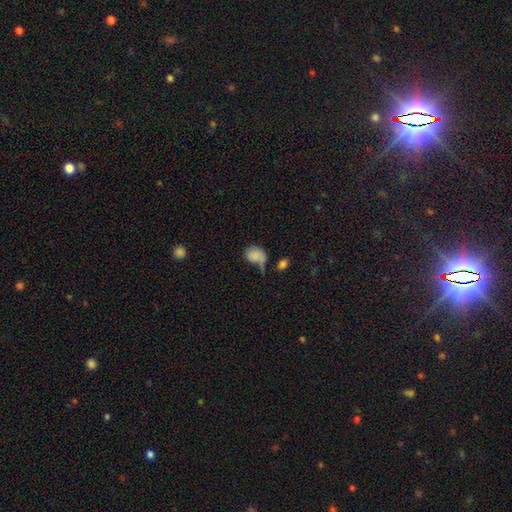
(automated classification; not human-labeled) Smooth or featured? smooth (81%)
How rounded? in between (62%)
Merging? none (34%)